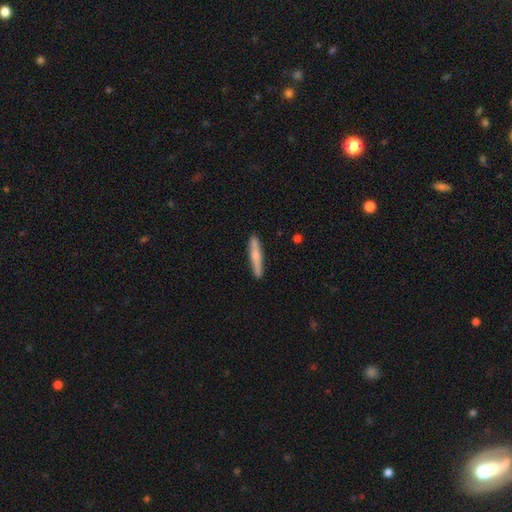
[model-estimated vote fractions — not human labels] smooth 63%, featured or disk 32%, star or artifact 5%. Down the decision tree: how rounded — cigar-shaped (93%); merging — none (89%).